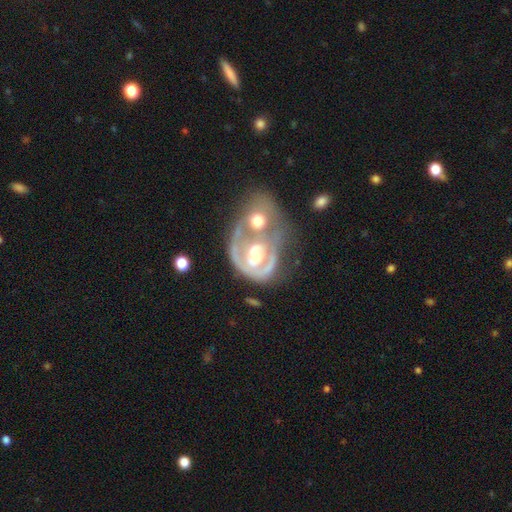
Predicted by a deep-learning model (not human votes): The model was most divided on "spiral arms": yes: 64%, no: 36%. More confident: edge-on disk — no (97%); smooth or featured — featured or disk (76%); merging — merger (68%); bulge size — moderate (66%); bar — no (63%).